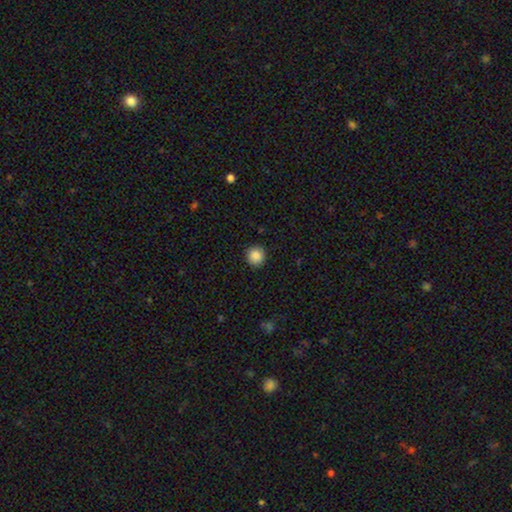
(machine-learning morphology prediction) Smooth or featured? smooth (88%)
How rounded? round (93%)
Merging? none (92%)